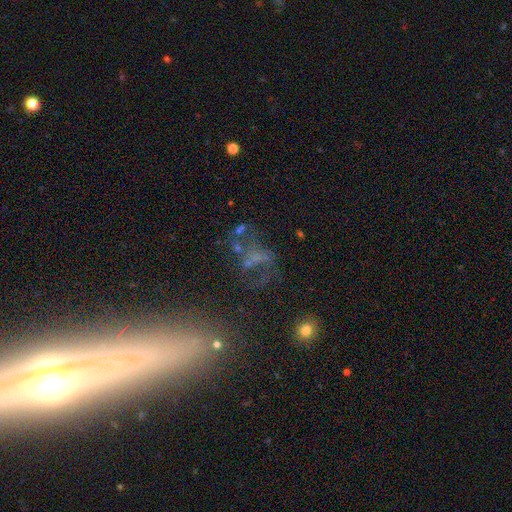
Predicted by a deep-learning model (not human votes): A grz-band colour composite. It shows a featured or disk galaxy (43%). Merging: none (39%).